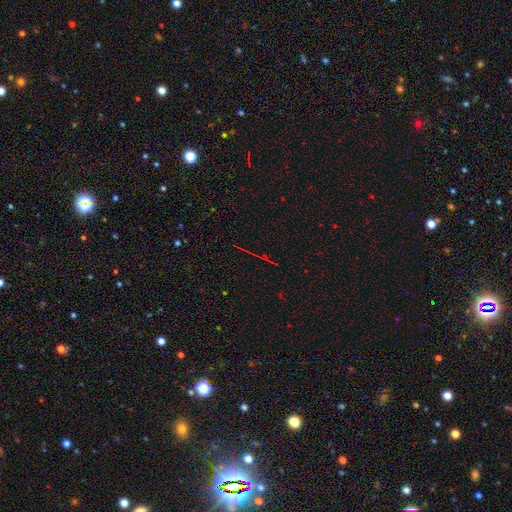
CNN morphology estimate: Smooth or featured: star or artifact — 75% (featured or disk — 14%)